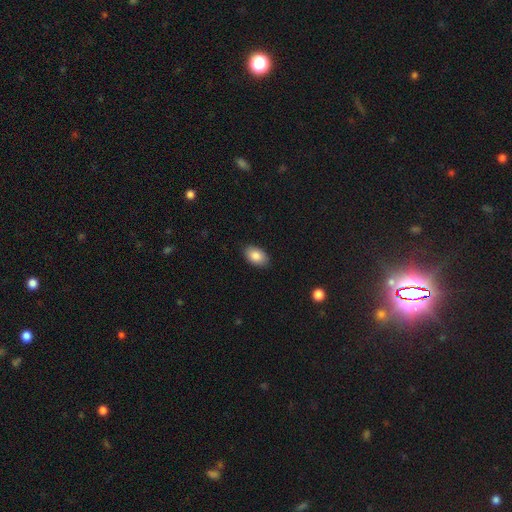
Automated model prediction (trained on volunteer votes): Morphology: type=smooth (86%); roundness=in between (91%); merging=none (88%).